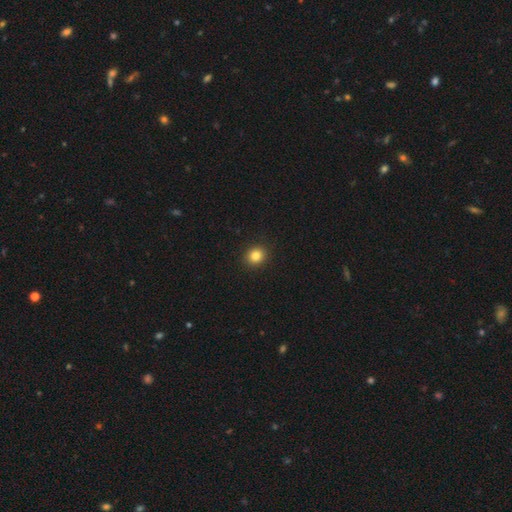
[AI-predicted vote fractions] Morphology: type=smooth (84%); roundness=round (80%); merging=none (92%).